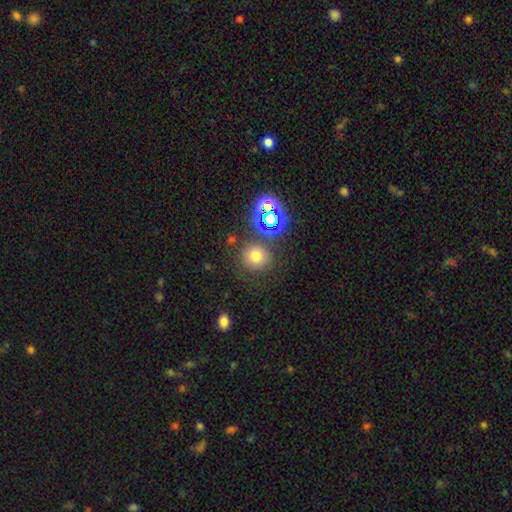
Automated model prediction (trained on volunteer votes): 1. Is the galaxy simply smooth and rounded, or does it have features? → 69% smooth, 24% star or artifact, 8% featured or disk.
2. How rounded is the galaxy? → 89% round, 10% in between, 1% cigar-shaped.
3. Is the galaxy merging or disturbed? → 80% none, 9% minor disturbance, 7% merger, 4% major disturbance.